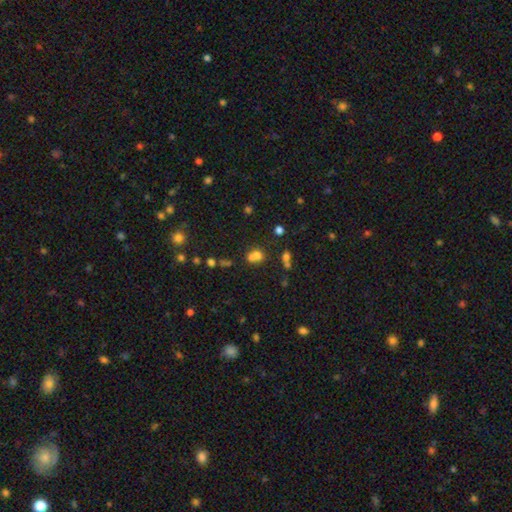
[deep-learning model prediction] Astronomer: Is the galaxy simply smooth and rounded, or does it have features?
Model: smooth — 65%.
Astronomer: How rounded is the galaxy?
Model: round — 67%.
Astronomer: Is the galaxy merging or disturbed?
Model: merger — 57%.